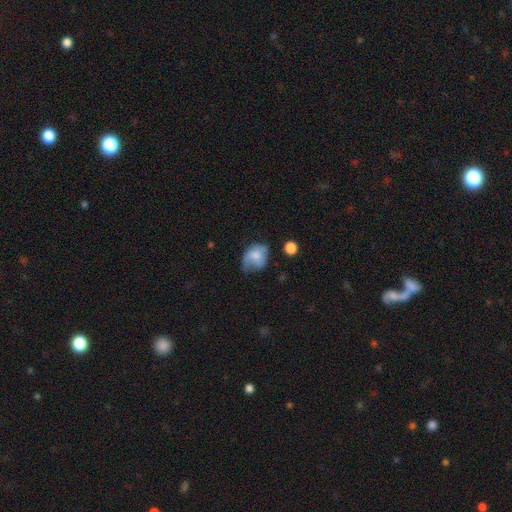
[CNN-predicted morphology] smooth 62%, featured or disk 29%, star or artifact 9%. Down the decision tree: how rounded — in between (58%); merging — none (40%).